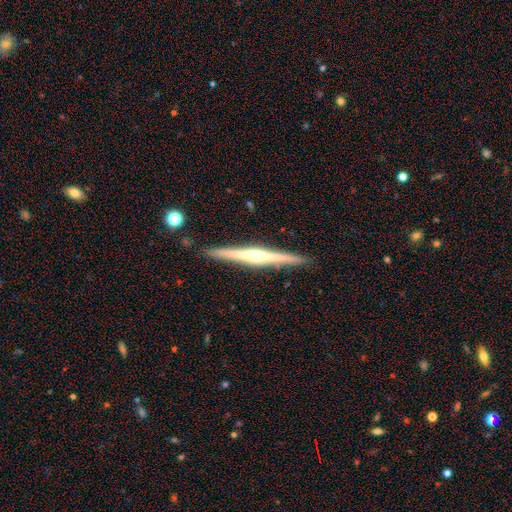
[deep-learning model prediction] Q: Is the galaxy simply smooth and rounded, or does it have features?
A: featured or disk — 80%.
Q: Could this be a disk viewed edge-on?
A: yes — 98%.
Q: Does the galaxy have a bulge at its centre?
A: rounded — 85%.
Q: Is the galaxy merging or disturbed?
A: none — 91%.